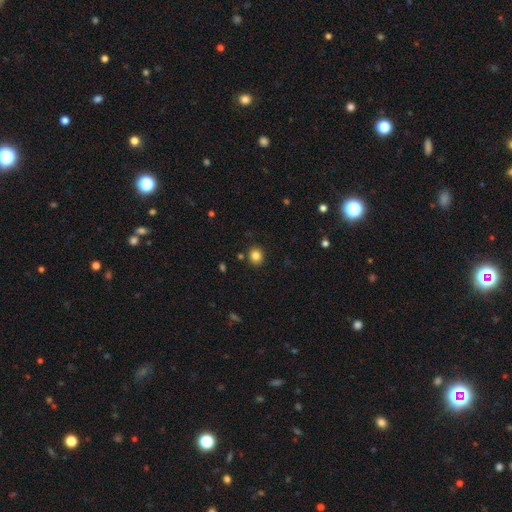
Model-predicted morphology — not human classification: smooth_or_featured: smooth (p=0.83) [alt: star or artifact p=0.12]
how_rounded: round (p=0.80) [alt: in between p=0.19]
merging: none (p=0.88) [alt: minor disturbance p=0.07]